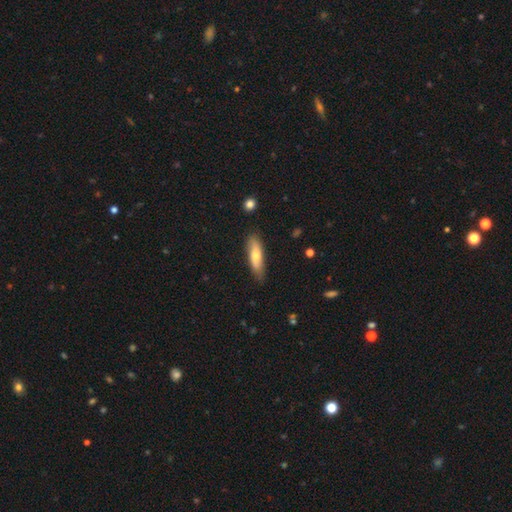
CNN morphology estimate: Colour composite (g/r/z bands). It shows a smooth galaxy with no disk features (66%) that is cigar-shaped (57%). Merging: none (80%).